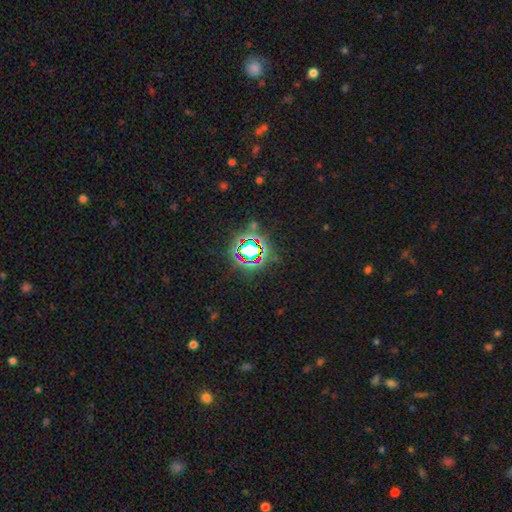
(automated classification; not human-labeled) This appears to be a star or artifact, not a galaxy (80%).